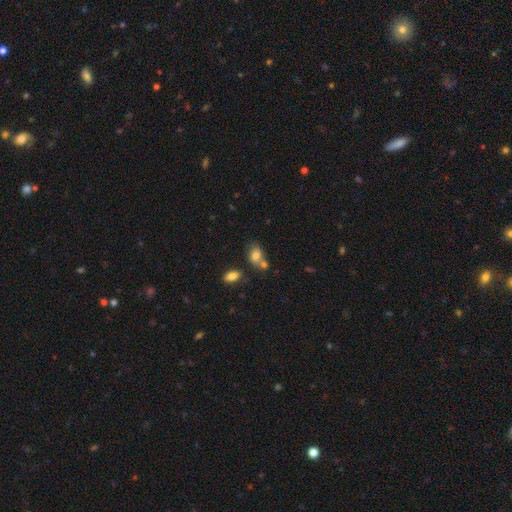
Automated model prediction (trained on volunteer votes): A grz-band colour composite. It shows a smooth galaxy with no disk features (78%) that is in between round and cigar-shaped (79%). Merging: none (43%).